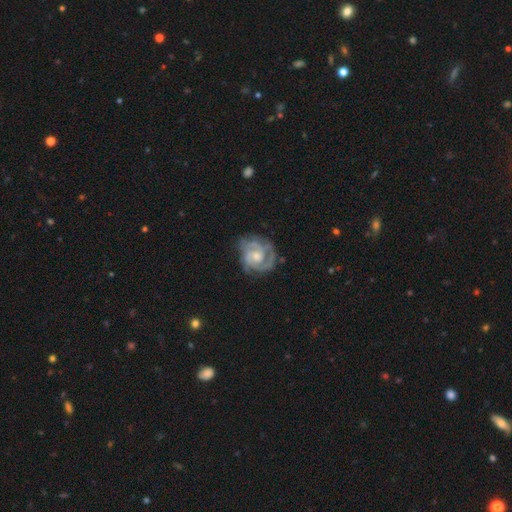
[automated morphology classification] smooth_or_featured: featured or disk (p=0.85) [alt: smooth p=0.10]
disk_edge_on: no (p=0.98) [alt: yes p=0.02]
bar: no (p=0.68) [alt: weak p=0.27]
has_spiral_arms: yes (p=0.95) [alt: no p=0.05]
spiral_winding: tight (p=0.60) [alt: medium p=0.33]
spiral_arm_count: 2 (p=0.43) [alt: 3 p=0.25]
bulge_size: moderate (p=0.53) [alt: small p=0.36]
merging: none (p=0.67) [alt: minor disturbance p=0.22]